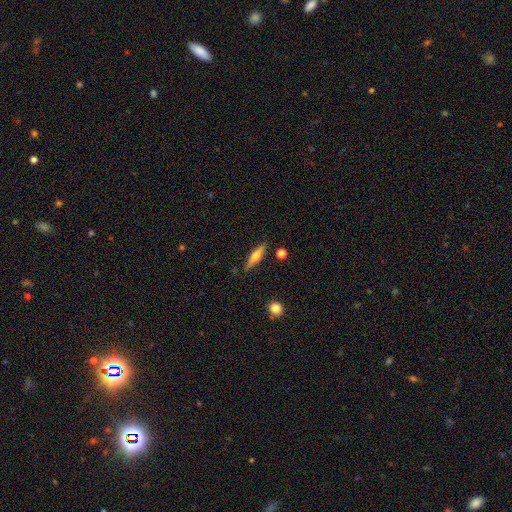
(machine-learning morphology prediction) Smooth or featured?
  - featured or disk: 57% *
  - smooth: 37%
  - star or artifact: 7%
Edge-on disk?
  - yes: 95% *
  - no: 5%
Edge-on bulge?
  - rounded: 90% *
  - boxy: 6%
  - none: 4%
Merging?
  - none: 85% *
  - minor disturbance: 10%
  - merger: 2%
  - major disturbance: 2%